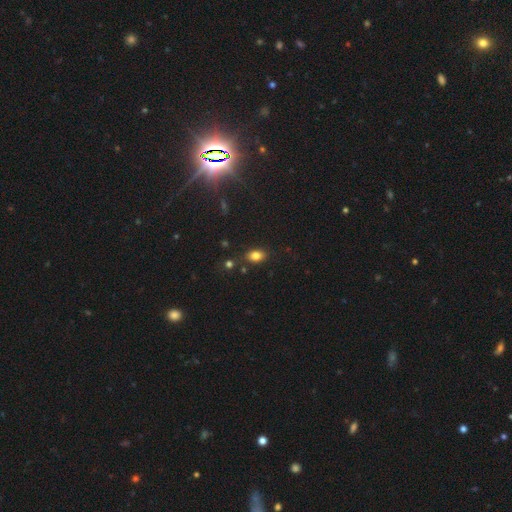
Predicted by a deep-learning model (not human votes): Smooth or featured? smooth (80%)
How rounded? in between (79%)
Merging? none (80%)